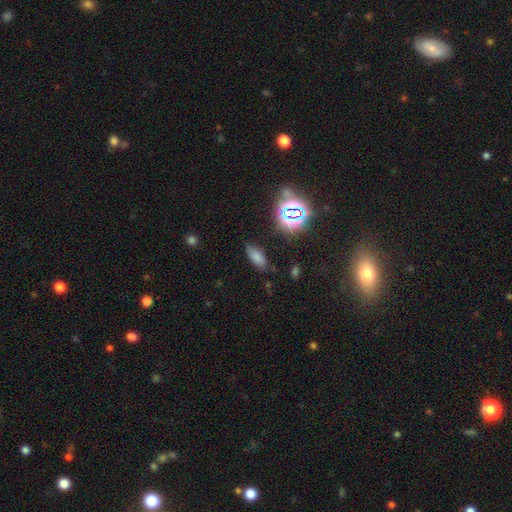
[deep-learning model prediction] This appears to be a smooth galaxy with no disk features (70%) that is in between round and cigar-shaped (81%). Merging: none (81%).